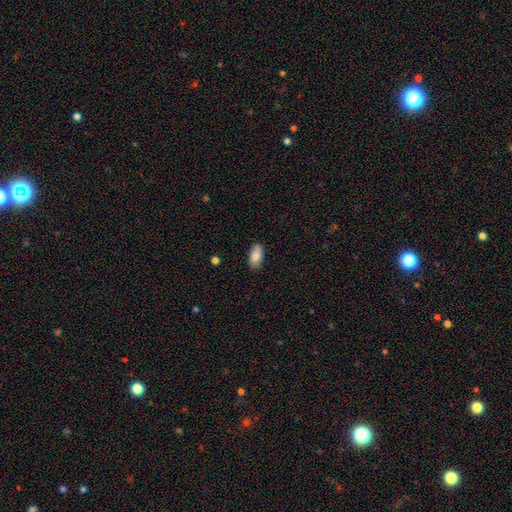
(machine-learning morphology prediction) Q: Smooth or featured?
A: smooth (86%); runner-up: featured or disk (7%)
Q: How rounded?
A: in between (92%); runner-up: cigar-shaped (5%)
Q: Merging?
A: none (83%); runner-up: minor disturbance (13%)